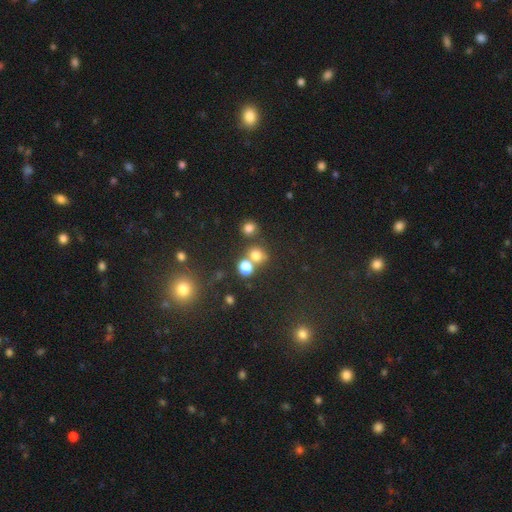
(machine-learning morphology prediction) This is likely a smooth galaxy (71%). How rounded: likely round (72%). Merging: possibly none (56%).